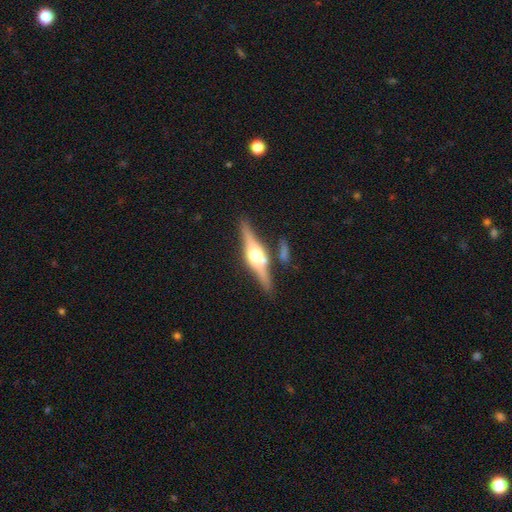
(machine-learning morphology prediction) Smooth or featured?
  - featured or disk: 78% *
  - smooth: 17%
  - star or artifact: 6%
Edge-on disk?
  - yes: 97% *
  - no: 3%
Edge-on bulge?
  - rounded: 92% *
  - boxy: 7%
  - none: 2%
Merging?
  - none: 79% *
  - minor disturbance: 11%
  - merger: 7%
  - major disturbance: 3%